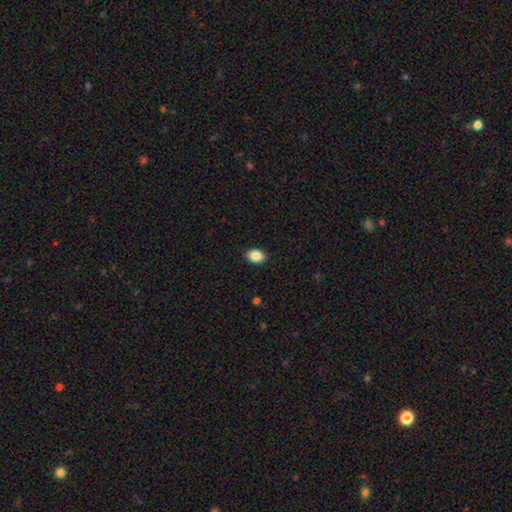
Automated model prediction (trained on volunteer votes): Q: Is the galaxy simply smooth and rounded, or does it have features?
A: smooth — 87%.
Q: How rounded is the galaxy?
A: in between — 86%.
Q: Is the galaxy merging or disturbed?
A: none — 89%.